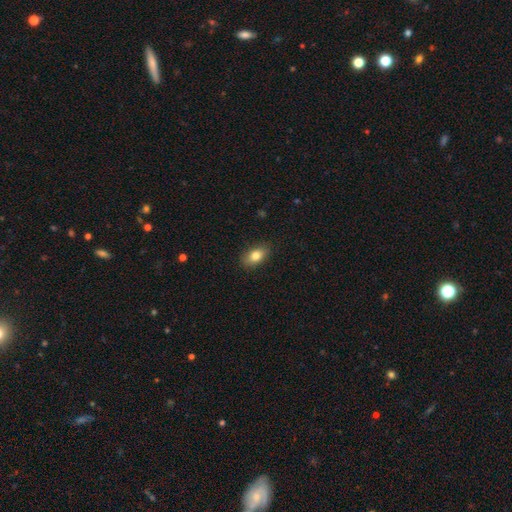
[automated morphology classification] This appears to be a smooth galaxy with no disk features (83%) that is in between round and cigar-shaped (88%). Merging: none (86%).